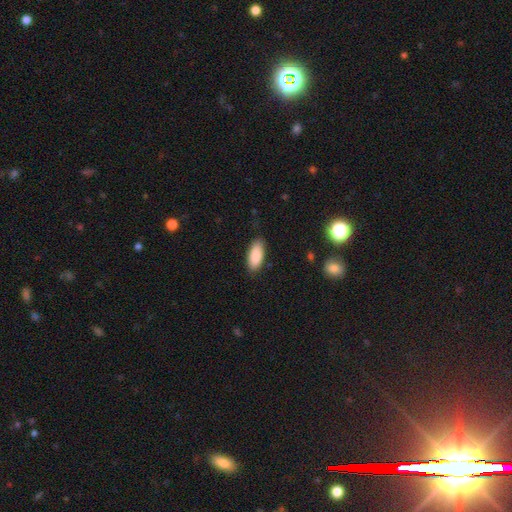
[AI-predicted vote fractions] smooth_or_featured: smooth (p=0.89) [alt: star or artifact p=0.06]
how_rounded: in between (p=0.85) [alt: cigar-shaped p=0.13]
merging: none (p=0.84) [alt: minor disturbance p=0.12]